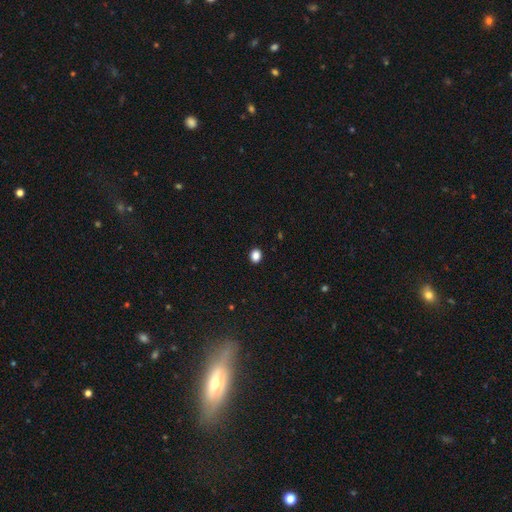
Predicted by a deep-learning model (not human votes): A smooth galaxy with no disk features (86%) that is round (57%).

Vote fractions:
- Smooth or featured? smooth: 86% / star or artifact: 11% / featured or disk: 3%
- How rounded? round: 57% / in between: 42% / cigar-shaped: 1%
- Merging? none: 92% / minor disturbance: 6% / major disturbance: 2% / merger: 1%